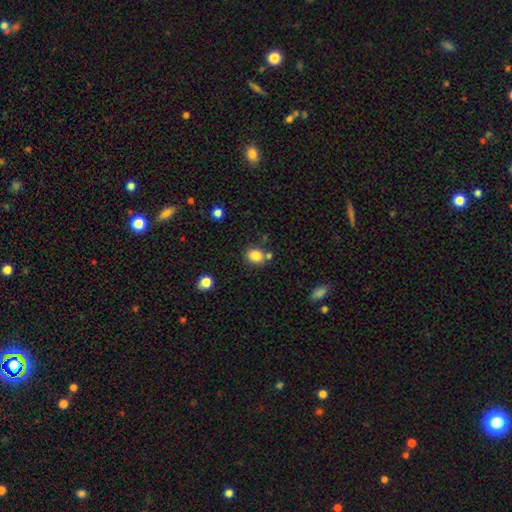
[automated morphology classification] Smooth or featured?
  - smooth: 83% *
  - star or artifact: 11%
  - featured or disk: 6%
How rounded?
  - round: 64% *
  - in between: 35%
  - cigar-shaped: 1%
Merging?
  - none: 70% *
  - merger: 15%
  - minor disturbance: 12%
  - major disturbance: 4%